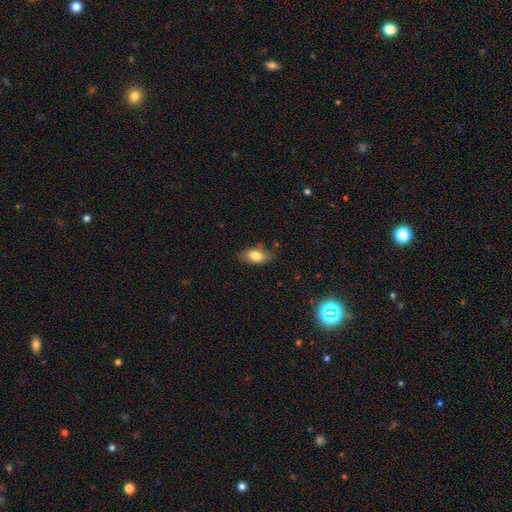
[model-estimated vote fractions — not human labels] Smooth or featured? smooth (82%)
How rounded? in between (89%)
Merging? none (78%)